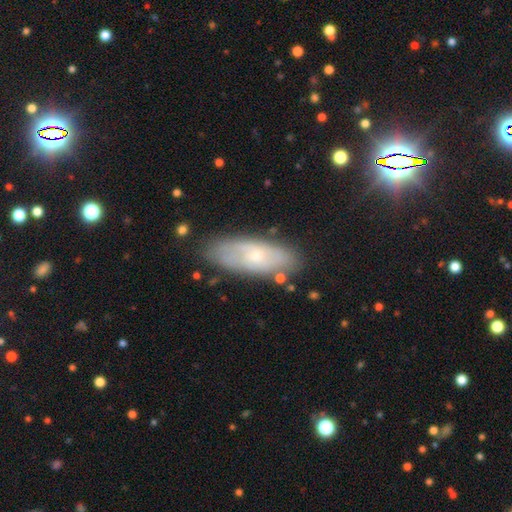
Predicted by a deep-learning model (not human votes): A featured or disk galaxy (50%). Merging: none (77%).